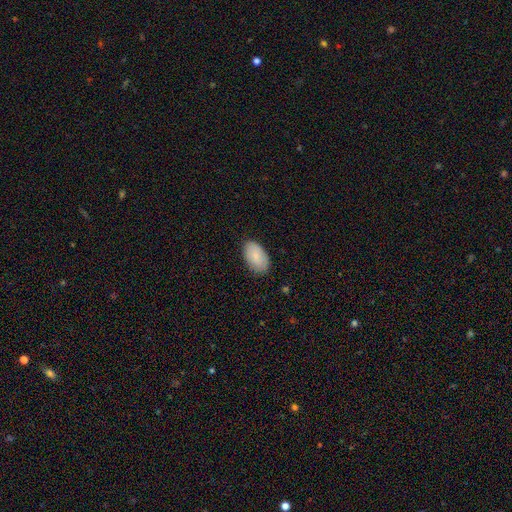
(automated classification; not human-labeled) Overall: smooth (85%). How rounded: in between (95%). Merging: none (84%).